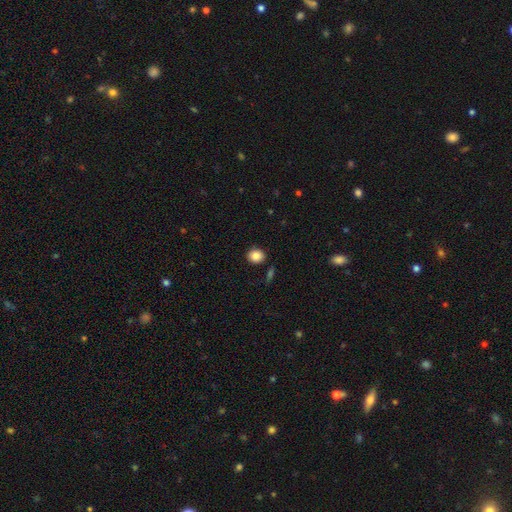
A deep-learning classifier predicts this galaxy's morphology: type=smooth (87%); roundness=round (67%); merging=none (87%).